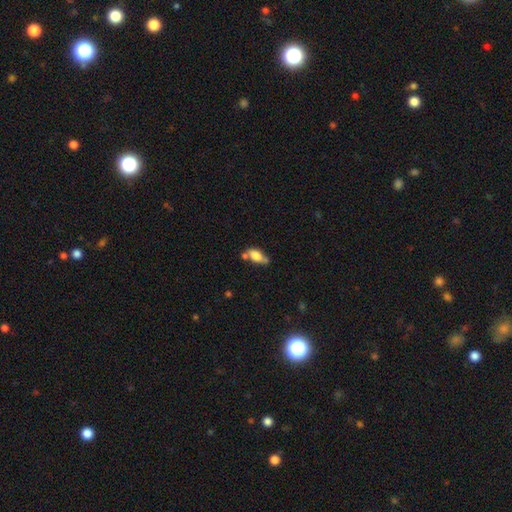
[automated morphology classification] This is likely a smooth galaxy (68%). How rounded: clearly in between (83%). Merging: possibly none (46%).